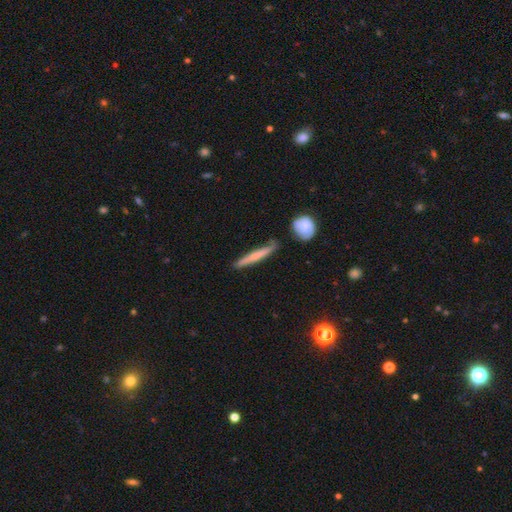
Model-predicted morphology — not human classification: Smooth or featured?
  - smooth: 60% *
  - featured or disk: 34%
  - star or artifact: 6%
How rounded?
  - cigar-shaped: 95% *
  - in between: 3%
  - round: 2%
Merging?
  - none: 79% *
  - minor disturbance: 14%
  - merger: 4%
  - major disturbance: 3%